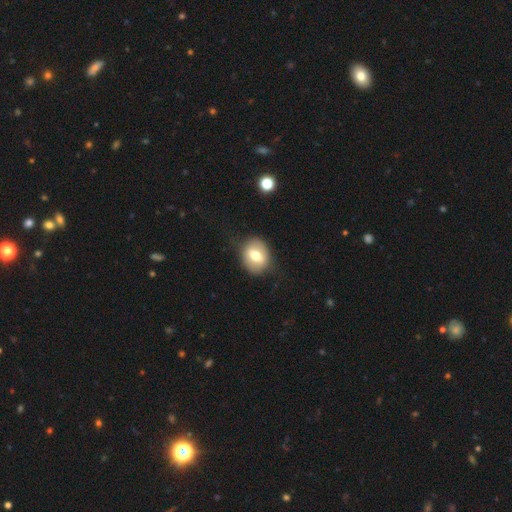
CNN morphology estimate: Smooth or featured?
  - smooth: 62% *
  - featured or disk: 30%
  - star or artifact: 9%
How rounded?
  - round: 50% *
  - in between: 49%
  - cigar-shaped: 1%
Merging?
  - none: 80% *
  - minor disturbance: 13%
  - major disturbance: 5%
  - merger: 1%